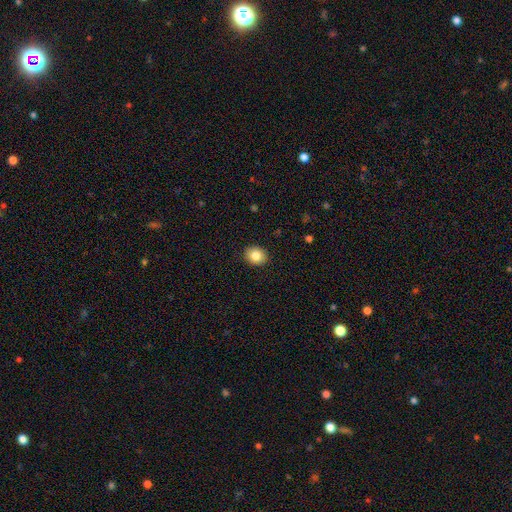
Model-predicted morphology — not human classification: Overall: smooth (83%). How rounded: round (67%; in between 33%). Merging: none (91%).